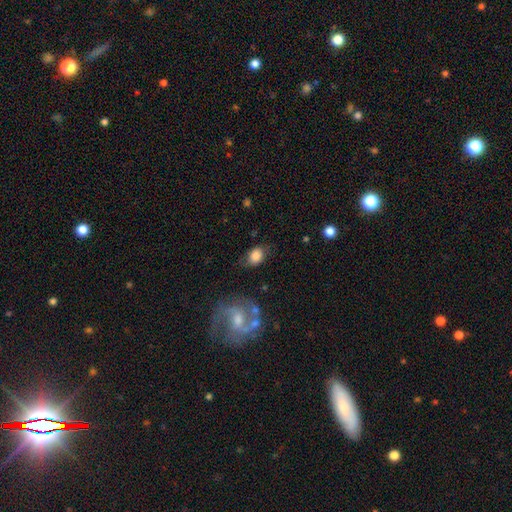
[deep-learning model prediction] This is likely a smooth galaxy (80%). How rounded: likely in between (71%). Merging: likely none (66%).